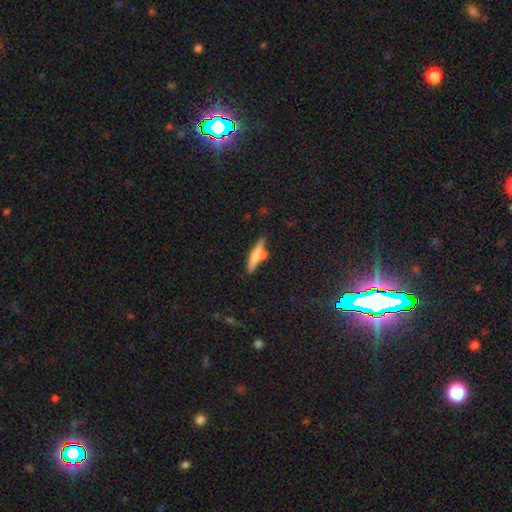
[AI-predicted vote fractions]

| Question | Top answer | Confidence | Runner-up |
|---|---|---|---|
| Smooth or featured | smooth | 61% | featured or disk (31%) |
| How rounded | cigar-shaped | 83% | in between (15%) |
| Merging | none | 60% | merger (19%) |